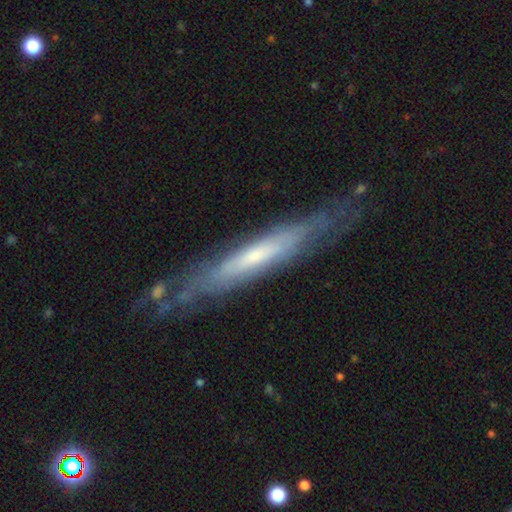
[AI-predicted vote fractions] Smooth or featured? Predicted: featured or disk (p=0.68). Edge-on disk? Predicted: yes (p=0.68). Merging? Predicted: none (p=0.75).